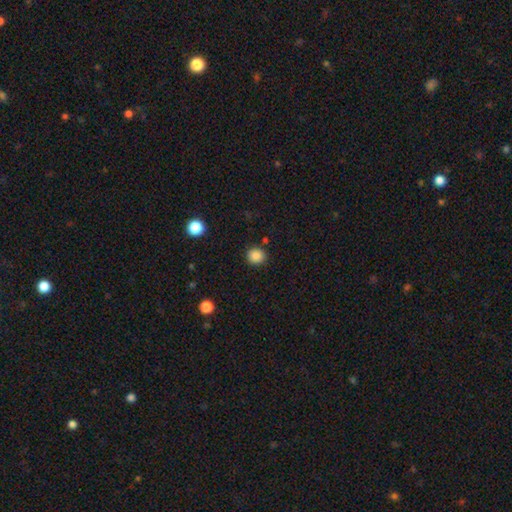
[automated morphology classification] This appears to be a smooth galaxy with no disk features (86%) that is round (88%). Merging: none (88%).